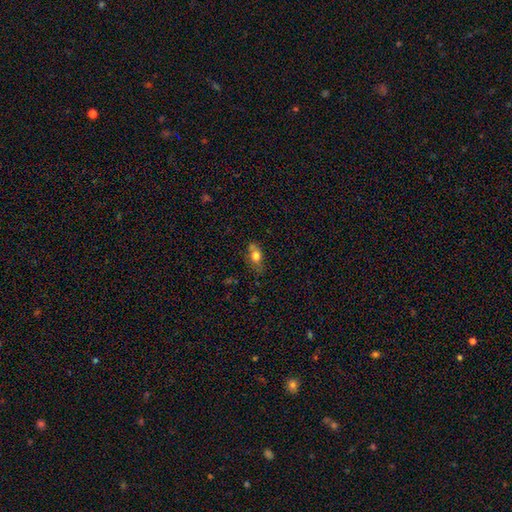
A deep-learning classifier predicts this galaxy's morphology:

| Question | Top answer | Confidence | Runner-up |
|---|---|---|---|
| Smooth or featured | smooth | 74% | featured or disk (15%) |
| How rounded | in between | 66% | round (28%) |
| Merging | none | 54% | minor disturbance (24%) |